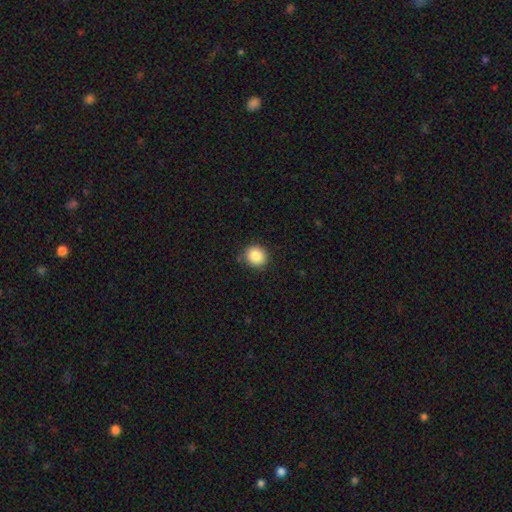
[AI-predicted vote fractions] Morphology: type=smooth (87%); roundness=round (84%); merging=none (88%).